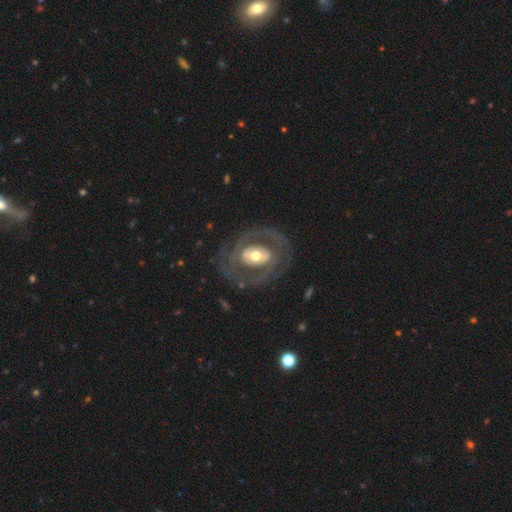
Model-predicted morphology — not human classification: type=featured or disk (79%); edge-on=no (96%); bar=no (47%); spiral arms=yes (68%); winding=tight (49%); arm count=2 (65%); bulge=moderate (64%); merging=none (74%).